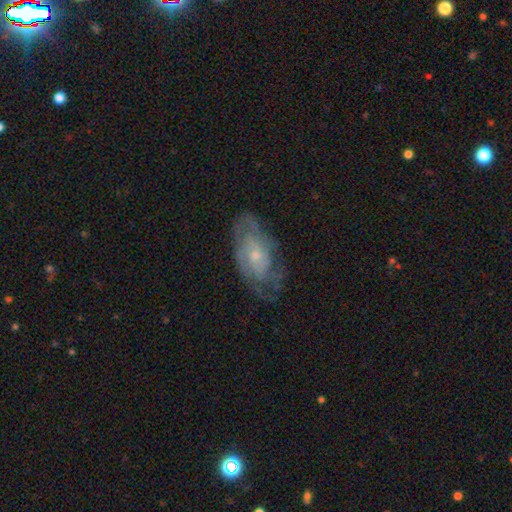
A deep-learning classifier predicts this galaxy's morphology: A featured or disk galaxy (70%) with no bar (78%), tight (51%) spiral arms (78%) and a small central bulge (65%). Merging: none (60%).